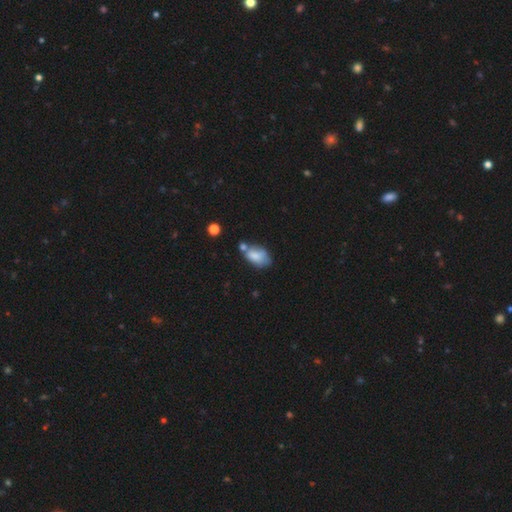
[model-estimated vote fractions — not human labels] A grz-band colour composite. It shows a smooth galaxy with no disk features (75%) that is in between round and cigar-shaped (89%). Merging: none (37%).